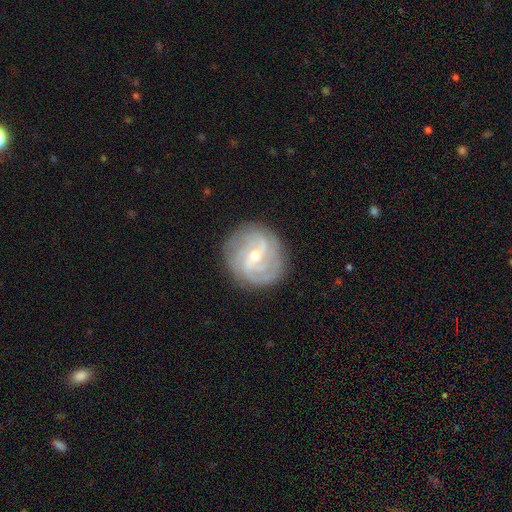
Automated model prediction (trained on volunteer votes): Smooth or featured?
  - featured or disk: 85% *
  - smooth: 9%
  - star or artifact: 6%
Edge-on disk?
  - no: 97% *
  - yes: 3%
Bar?
  - weak: 53% *
  - no: 28%
  - strong: 20%
Spiral arms?
  - yes: 96% *
  - no: 4%
Spiral winding?
  - tight: 53% *
  - medium: 36%
  - loose: 11%
Spiral arm count?
  - 3: 27% *
  - can't tell: 24%
  - 2: 22%
  - 4: 15%
  - more than 4: 6%
  - 1: 6%
Bulge size?
  - small: 54% *
  - moderate: 43%
  - large: 1%
  - none: 1%
  - dominant: 1%
Merging?
  - none: 84% *
  - minor disturbance: 11%
  - major disturbance: 4%
  - merger: 1%